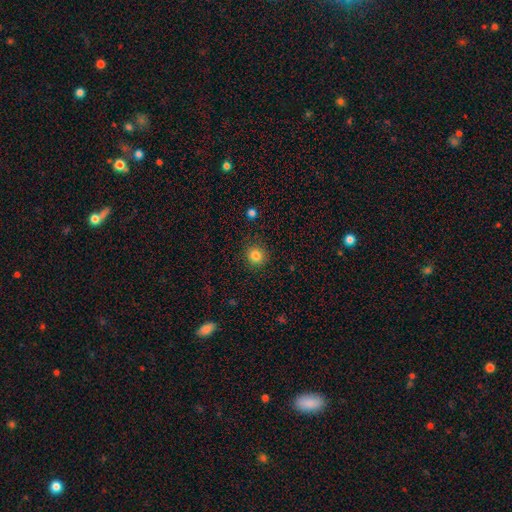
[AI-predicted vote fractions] smooth 83%, star or artifact 12%, featured or disk 5%. Down the decision tree: how rounded — round (92%); merging — none (91%).